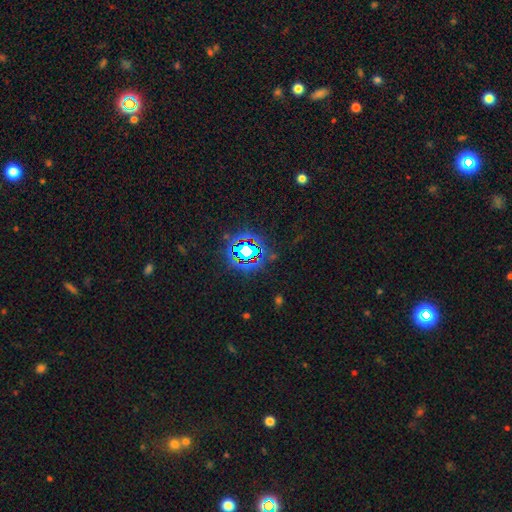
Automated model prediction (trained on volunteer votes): Smooth or featured?
  - star or artifact: 80% *
  - smooth: 11%
  - featured or disk: 8%